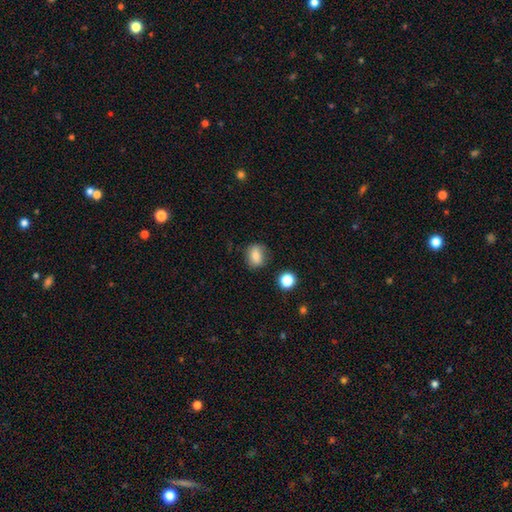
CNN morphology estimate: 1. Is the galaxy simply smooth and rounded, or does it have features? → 79% smooth, 11% star or artifact, 10% featured or disk.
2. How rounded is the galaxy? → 52% in between, 47% round, 2% cigar-shaped.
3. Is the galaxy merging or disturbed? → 79% none, 15% minor disturbance, 4% major disturbance, 3% merger.